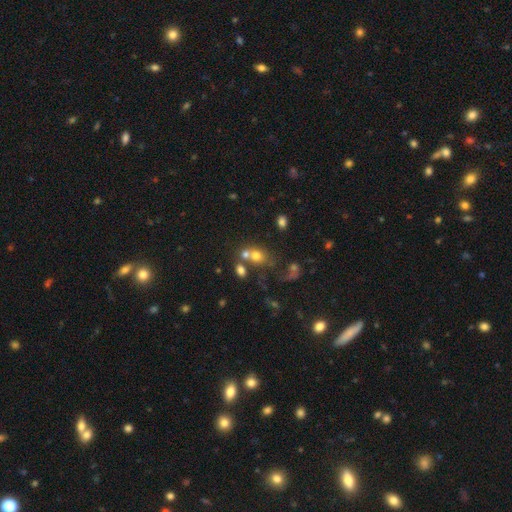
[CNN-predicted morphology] A smooth galaxy with no disk features (66%) that is round (59%).

Vote fractions:
- Smooth or featured? smooth: 66% / featured or disk: 17% / star or artifact: 16%
- How rounded? round: 59% / in between: 40% / cigar-shaped: 1%
- Merging? merger: 46% / none: 36% / minor disturbance: 10% / major disturbance: 8%